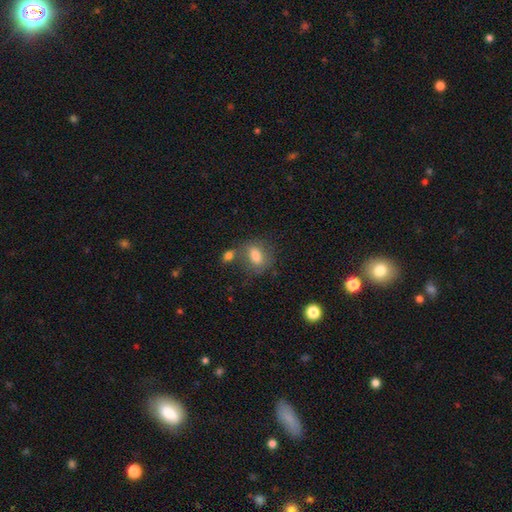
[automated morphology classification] This appears to be a smooth galaxy with no disk features (76%) that is in between round and cigar-shaped (75%). Merging: none (54%).